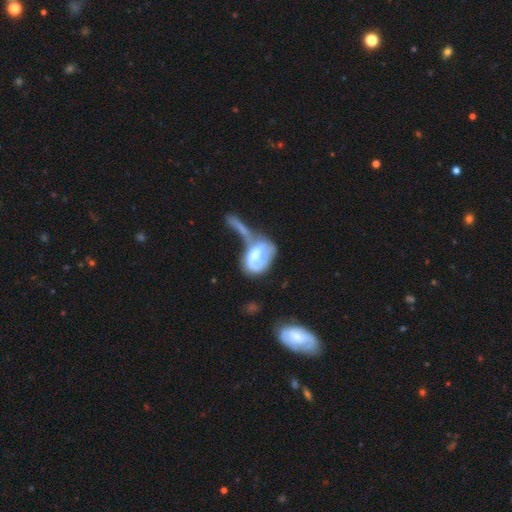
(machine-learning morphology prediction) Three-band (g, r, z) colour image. It shows a featured or disk galaxy (56%) with no bar (60%), no spiral arms (54%) and a moderate central bulge (52%). Merging: merger (42%).